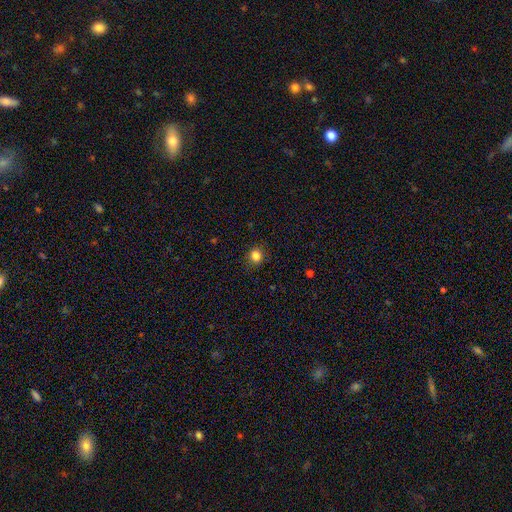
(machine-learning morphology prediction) Overall: smooth (83%). How rounded: round (73%). Merging: none (87%).